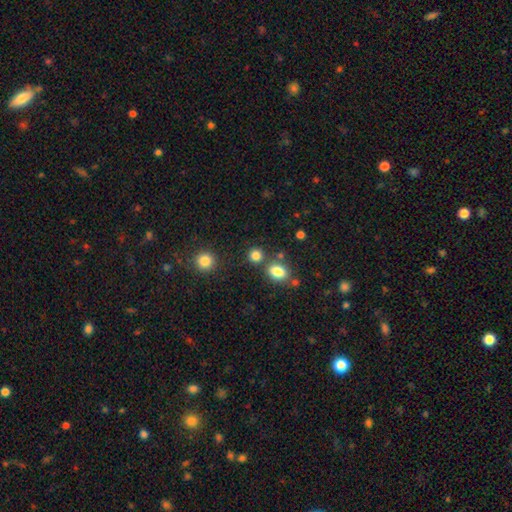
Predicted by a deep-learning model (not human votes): smooth 83%, star or artifact 12%, featured or disk 5%. Down the decision tree: how rounded — round (76%); merging — none (74%).